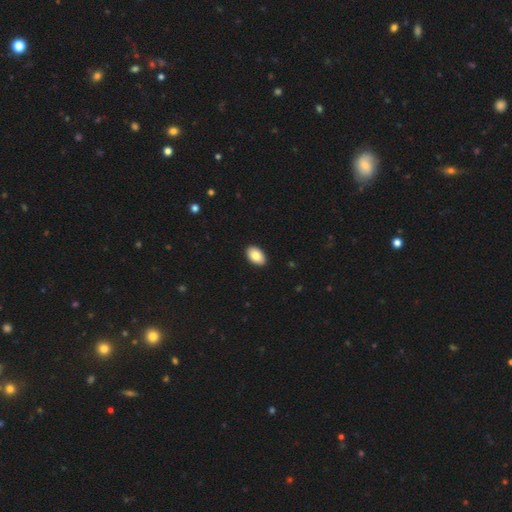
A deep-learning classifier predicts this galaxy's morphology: Smooth or featured: smooth — 84% (featured or disk — 9%)
How rounded: in between — 93% (round — 6%)
Merging: none — 91% (minor disturbance — 7%)